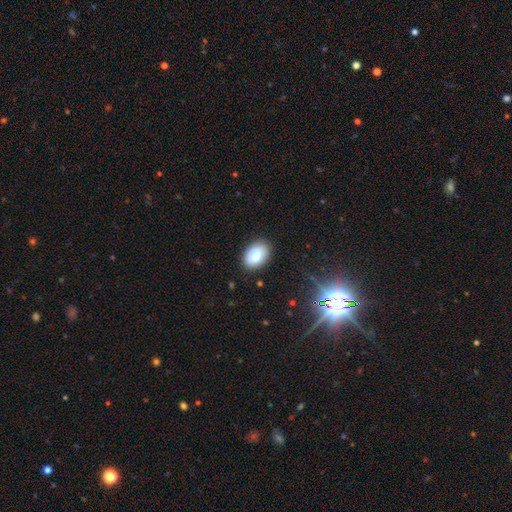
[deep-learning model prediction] smooth 83%, featured or disk 9%, star or artifact 8%. Down the decision tree: how rounded — in between (86%); merging — none (86%).